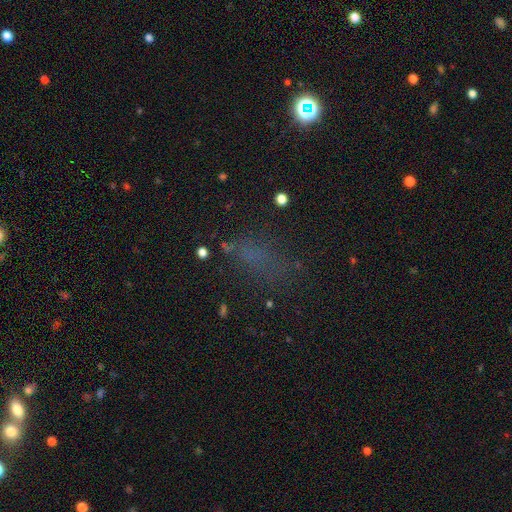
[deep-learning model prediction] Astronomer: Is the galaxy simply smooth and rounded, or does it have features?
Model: smooth — 51% (runner-up: star or artifact, 33%).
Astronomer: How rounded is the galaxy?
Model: in between — 71%.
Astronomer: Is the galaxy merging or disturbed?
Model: none — 55%.